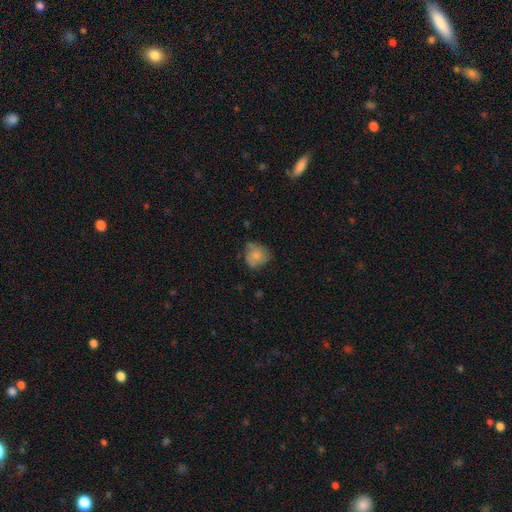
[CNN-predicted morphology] The model was most divided on "merging": none: 54%, minor disturbance: 33%, major disturbance: 10%, merger: 3%. More confident: how rounded — round (75%); smooth or featured — smooth (74%).